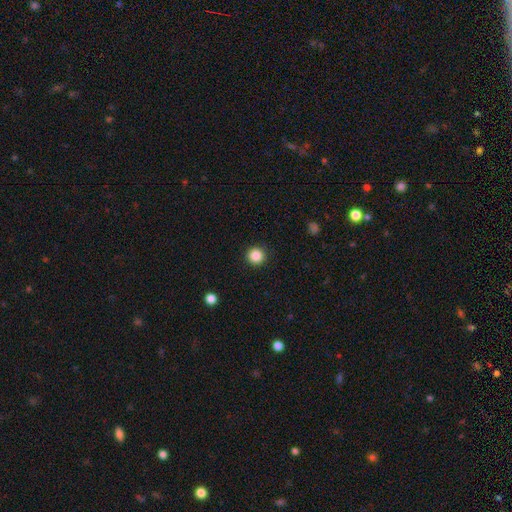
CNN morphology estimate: This appears to be a smooth galaxy with no disk features (87%) that is round (96%). Merging: none (92%).